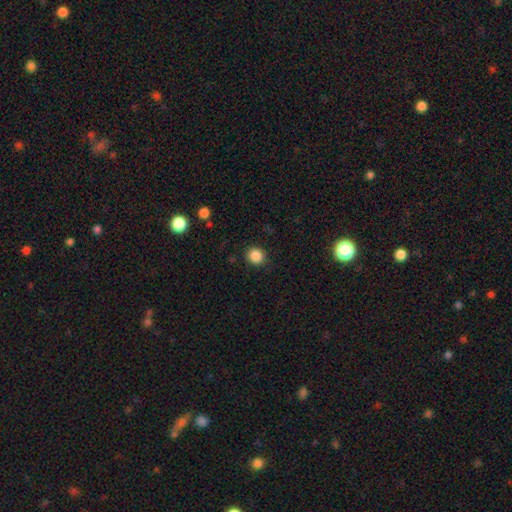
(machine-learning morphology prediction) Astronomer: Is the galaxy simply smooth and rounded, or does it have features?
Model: smooth — 86%.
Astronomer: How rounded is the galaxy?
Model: round — 86%.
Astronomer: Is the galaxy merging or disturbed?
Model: none — 89%.